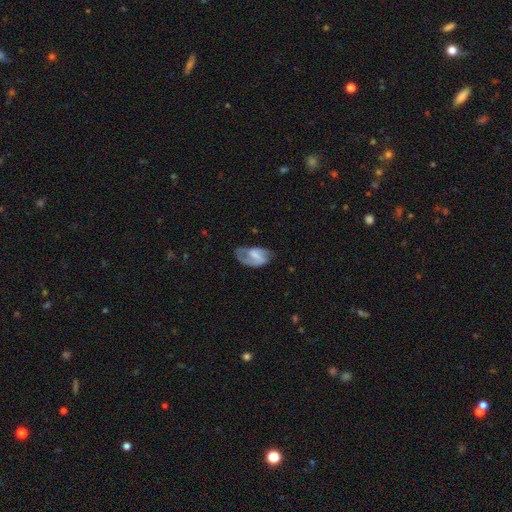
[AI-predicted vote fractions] Smooth or featured? featured or disk (65%)
Edge-on disk? no (96%)
Bar? weak (44%)
Spiral arms? yes (80%)
Bulge size? none (39%)
Merging? none (50%)